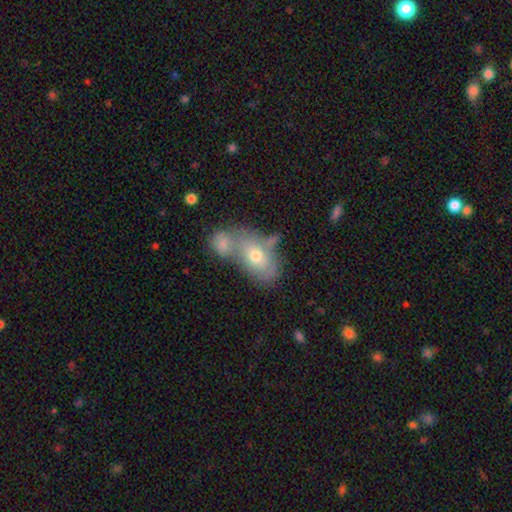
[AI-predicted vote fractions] This appears to be a smooth galaxy with no disk features (56%) that is in between round and cigar-shaped (81%). Merging: merger (54%).